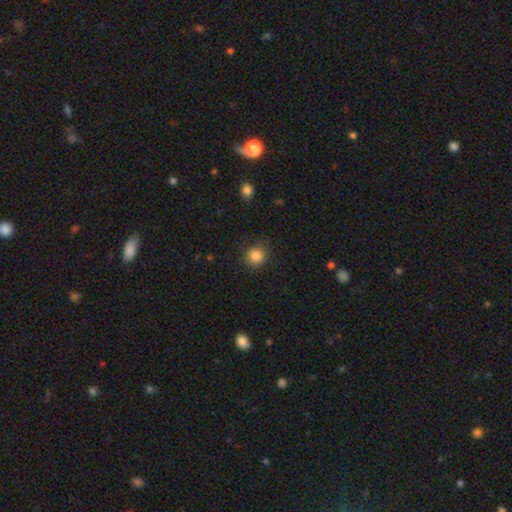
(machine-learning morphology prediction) smooth-or-featured: smooth: 85% | star or artifact: 11% | featured or disk: 4%
  how-rounded: round: 90% | in between: 9% | cigar-shaped: 1%
  merging: none: 84% | minor disturbance: 11% | major disturbance: 3% | merger: 1%